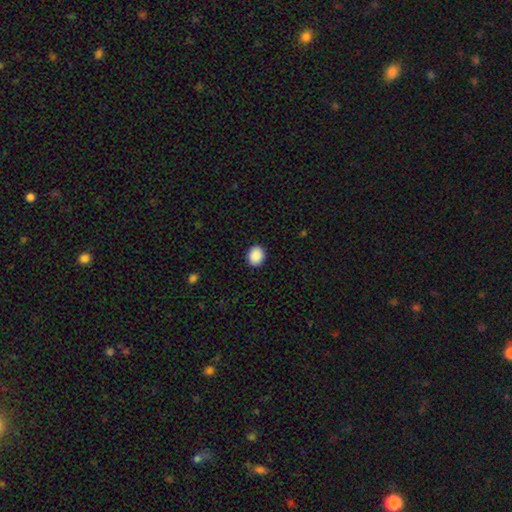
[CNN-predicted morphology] This is clearly a smooth galaxy (90%). How rounded: possibly round (59%). Merging: clearly none (91%).